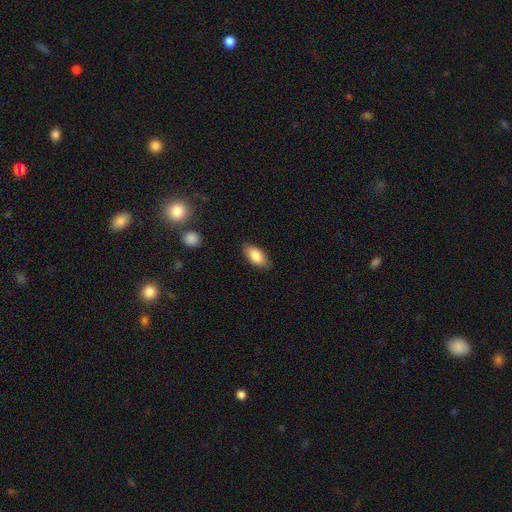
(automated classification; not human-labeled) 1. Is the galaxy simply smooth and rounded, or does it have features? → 85% smooth, 9% featured or disk, 6% star or artifact.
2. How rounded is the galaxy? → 91% in between, 6% cigar-shaped, 3% round.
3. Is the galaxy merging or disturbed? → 85% none, 12% minor disturbance, 3% major disturbance, 1% merger.